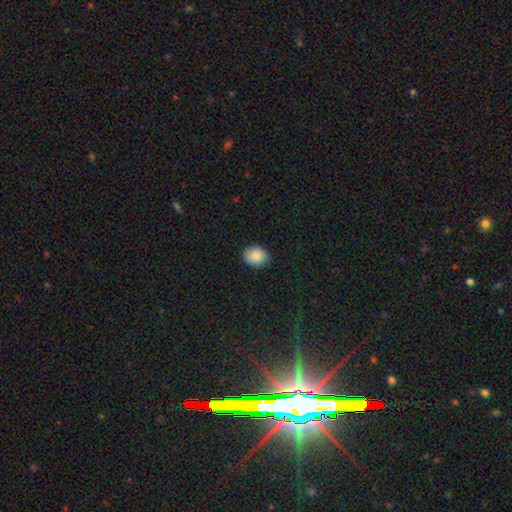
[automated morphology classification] type=smooth (87%); roundness=round (58%); merging=none (87%).